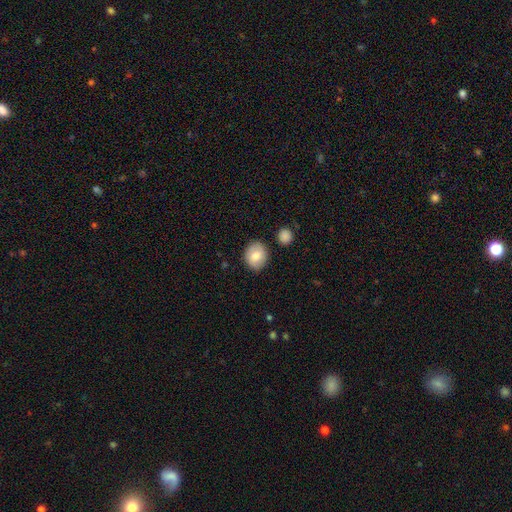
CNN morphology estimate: A smooth galaxy with no disk features (78%) that is round (68%). Merging: none (84%).